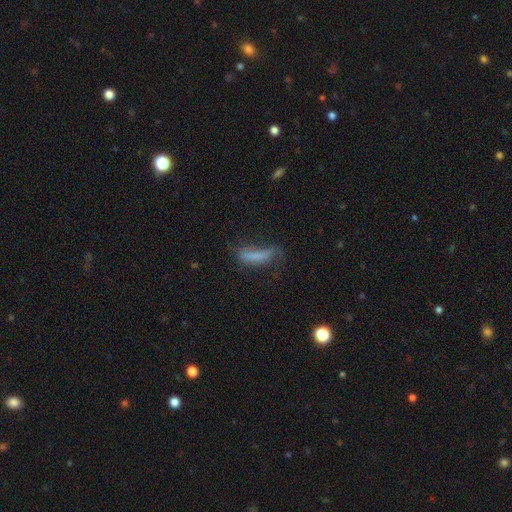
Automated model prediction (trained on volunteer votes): Overall: smooth (66%). How rounded: cigar-shaped (67%; in between 30%). Merging: none (39%; minor disturbance 29%).